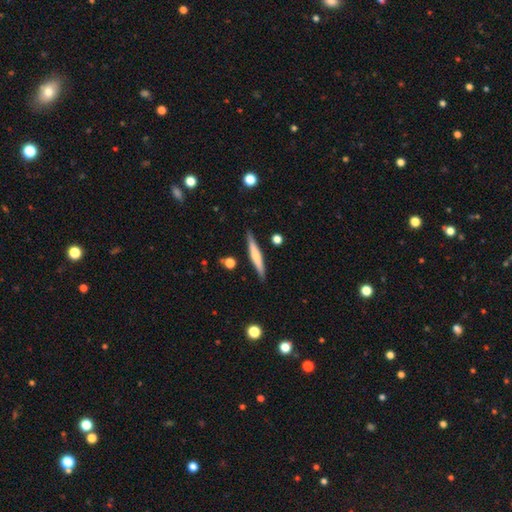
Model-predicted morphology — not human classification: A smooth galaxy with no disk features (47%, tied with featured or disk). Merging: none (87%).